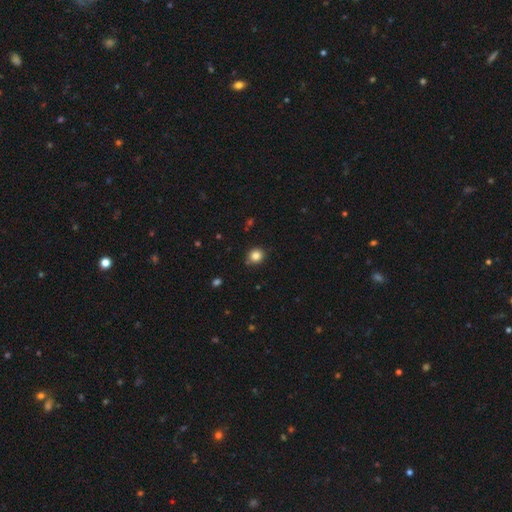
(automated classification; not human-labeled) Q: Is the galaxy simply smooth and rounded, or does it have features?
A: smooth — 84%.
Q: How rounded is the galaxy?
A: round — 82%.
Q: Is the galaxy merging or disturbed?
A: none — 86%.